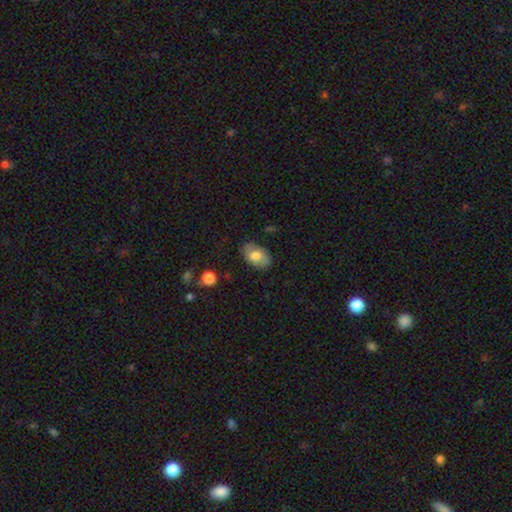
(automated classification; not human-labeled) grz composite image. It shows a smooth galaxy with no disk features (70%) that is in between round and cigar-shaped (89%). Merging: none (79%).